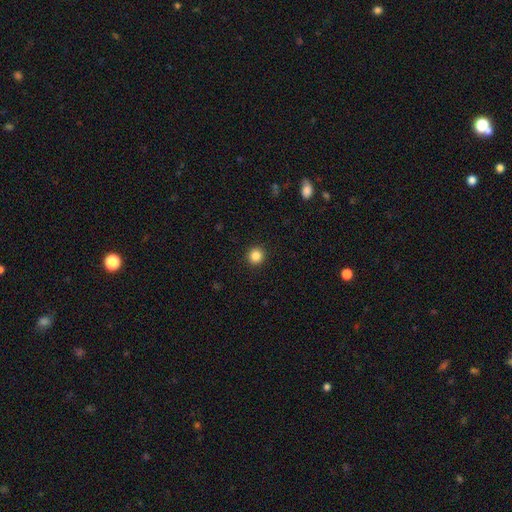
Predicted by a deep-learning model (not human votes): The model was most divided on "smooth or featured": smooth: 86%, star or artifact: 11%, featured or disk: 4%. More confident: how rounded — round (94%); merging — none (93%).